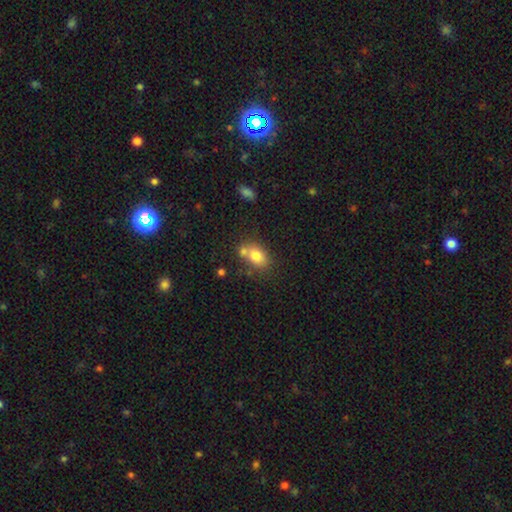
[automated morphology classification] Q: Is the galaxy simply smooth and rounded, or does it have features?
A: smooth — 78%.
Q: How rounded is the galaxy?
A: in between — 74%.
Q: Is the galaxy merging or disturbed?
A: none — 52%.